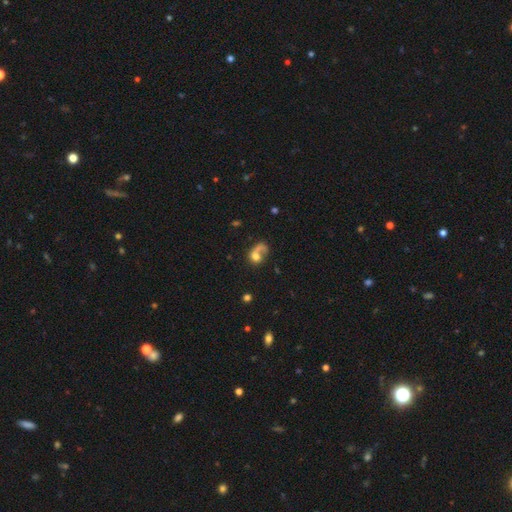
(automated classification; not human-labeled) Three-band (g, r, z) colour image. It shows a smooth galaxy with no disk features (52%) that is round (51%). Merging: major disturbance (37%).